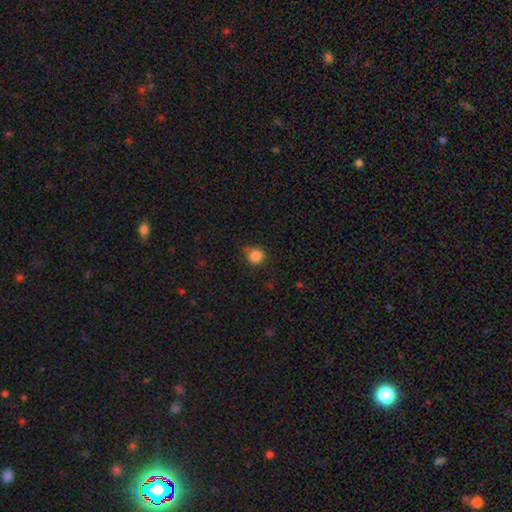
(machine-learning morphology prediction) Overall: smooth (86%). How rounded: round (91%). Merging: none (78%).